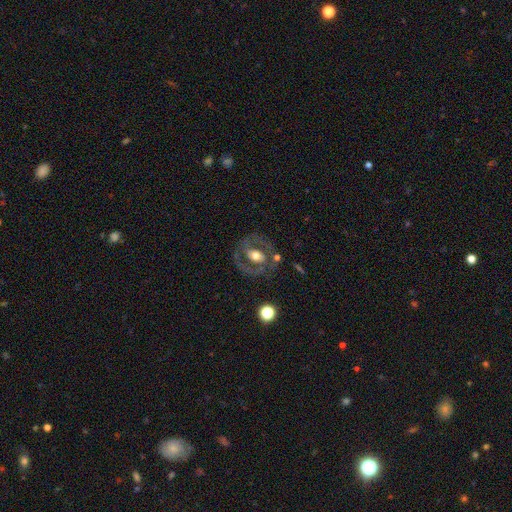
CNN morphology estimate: This appears to be a featured or disk galaxy (68%) with no bar (49%), spiral arms (52%) and a moderate central bulge (64%). Merging: none (70%).